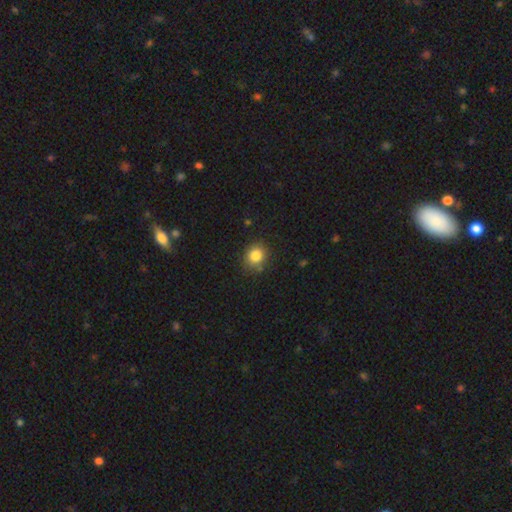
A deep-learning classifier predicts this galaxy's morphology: Smooth or featured? Predicted: smooth (p=0.84). How rounded? Predicted: round (p=0.77). Merging? Predicted: none (p=0.83).